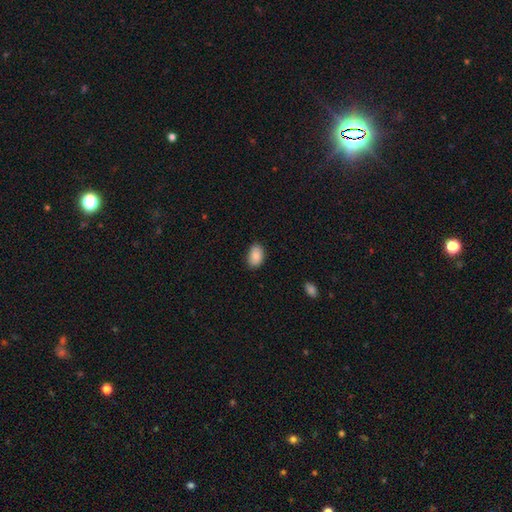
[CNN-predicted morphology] A smooth galaxy with no disk features (86%) that is in between round and cigar-shaped (88%). Merging: none (84%).